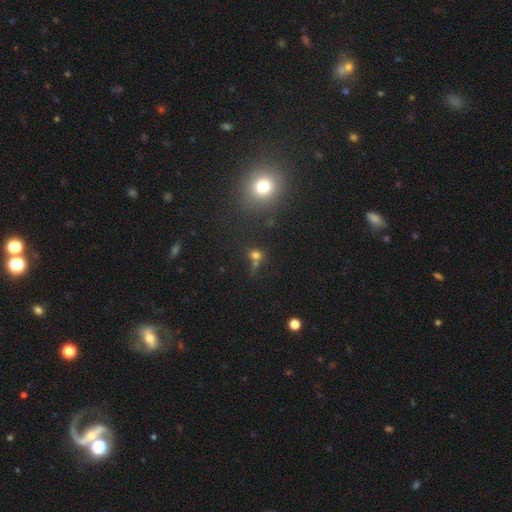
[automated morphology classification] A smooth galaxy with no disk features (69%) that is round (73%). Merging: none (47%).